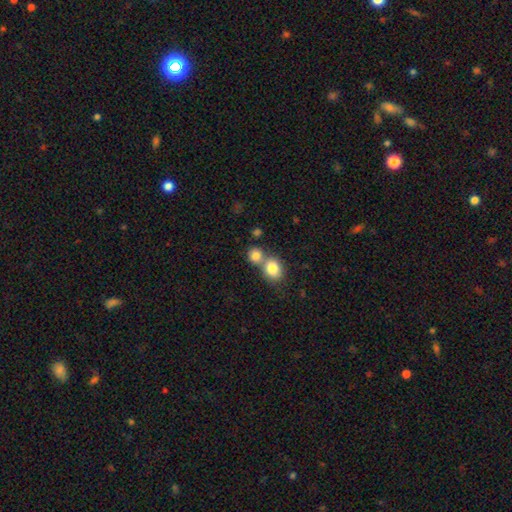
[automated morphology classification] type=smooth (82%); roundness=round (75%); merging=merger (52%).